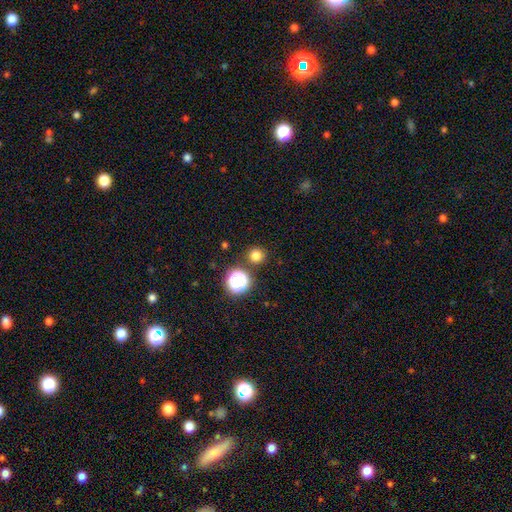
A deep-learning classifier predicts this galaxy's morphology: Smooth or featured? Predicted: smooth (p=0.76). How rounded? Predicted: round (p=0.94). Merging? Predicted: none (p=0.88).